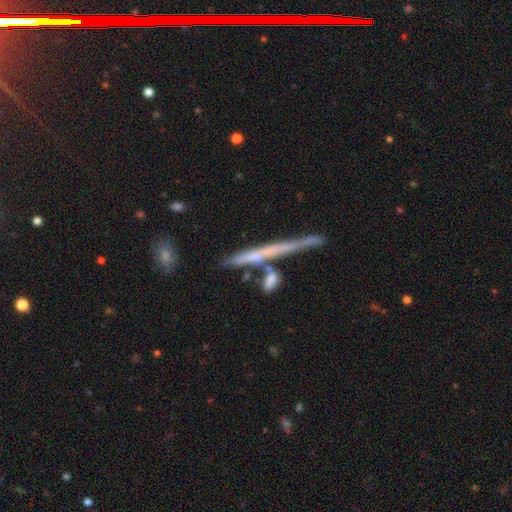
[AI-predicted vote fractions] featured or disk 55%, smooth 34%, star or artifact 11%. Down the decision tree: edge-on disk — yes (95%); edge-on bulge — none (77%); merging — none (78%).